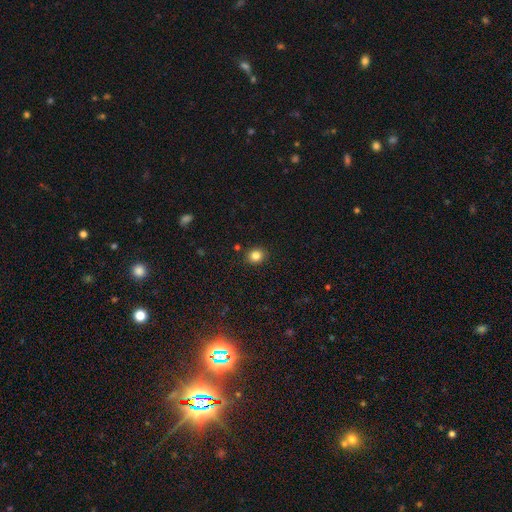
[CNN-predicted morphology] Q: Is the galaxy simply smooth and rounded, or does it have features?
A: smooth — 83%.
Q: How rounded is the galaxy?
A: round — 72%.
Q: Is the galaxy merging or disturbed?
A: none — 89%.